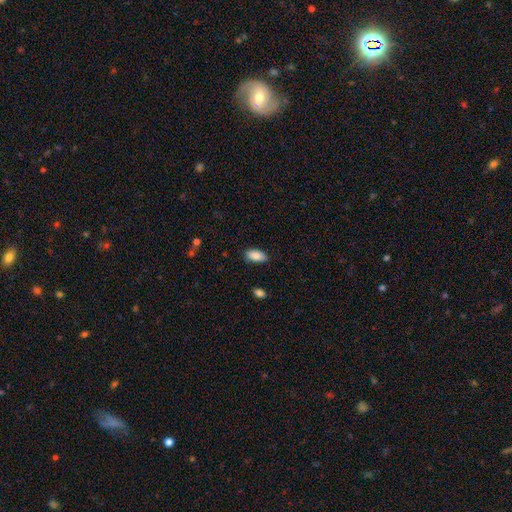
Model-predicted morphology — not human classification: This is clearly a smooth galaxy (88%). How rounded: clearly in between (92%). Merging: clearly none (83%).